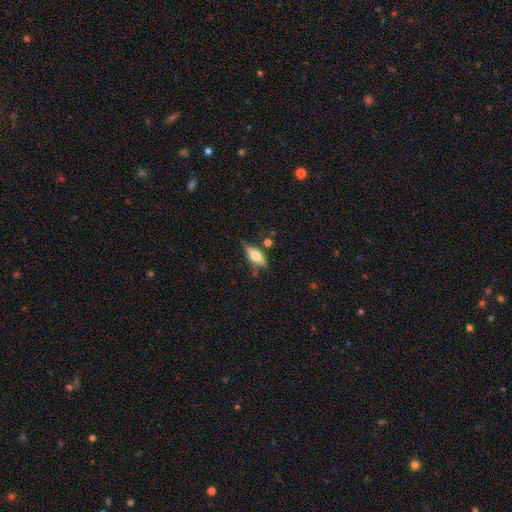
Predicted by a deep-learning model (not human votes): A smooth galaxy with no disk features (46%, tied with featured or disk). Merging: none (70%).